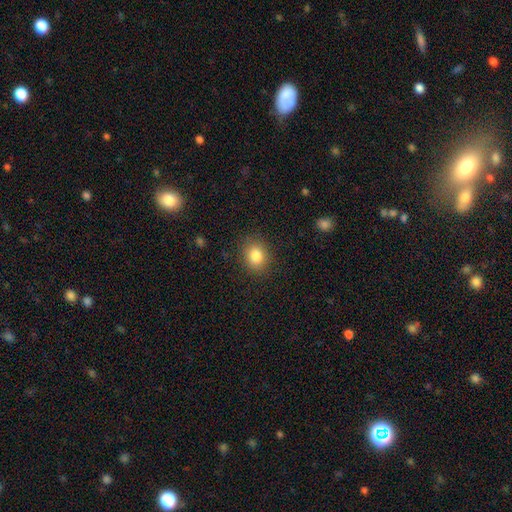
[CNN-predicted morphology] type=smooth (83%); roundness=round (61%); merging=none (86%).